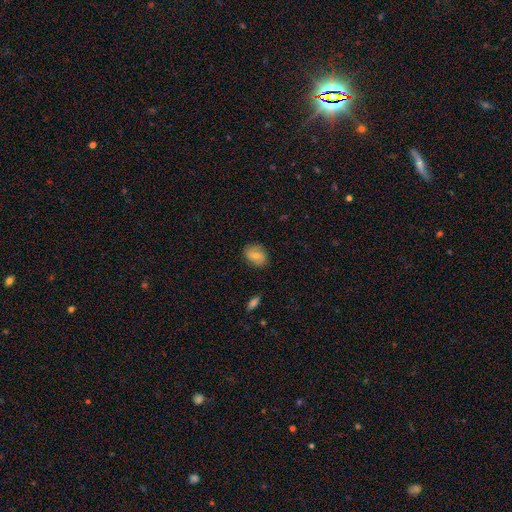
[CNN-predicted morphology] Smooth or featured?
  - smooth: 60% *
  - featured or disk: 32%
  - star or artifact: 8%
How rounded?
  - in between: 63% *
  - round: 35%
  - cigar-shaped: 2%
Merging?
  - none: 82% *
  - minor disturbance: 14%
  - major disturbance: 3%
  - merger: 1%